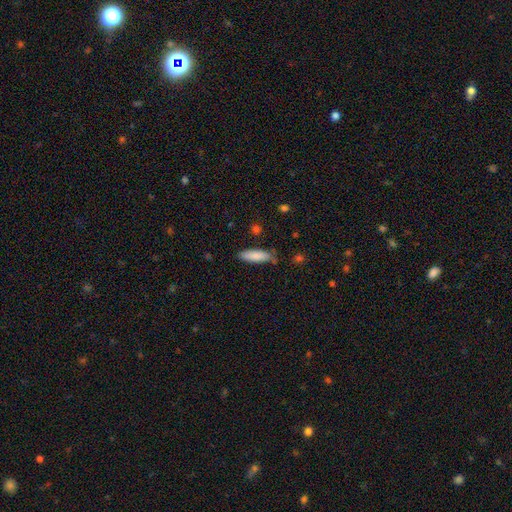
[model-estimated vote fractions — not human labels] A smooth galaxy with no disk features (86%) that is cigar-shaped (53%). Merging: none (75%).